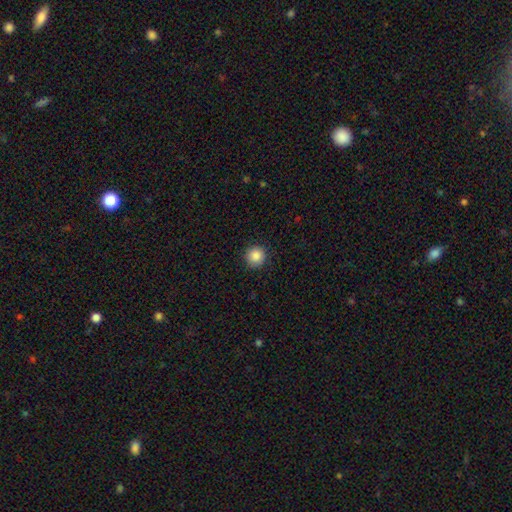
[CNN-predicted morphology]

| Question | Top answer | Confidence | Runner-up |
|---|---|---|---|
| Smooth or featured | smooth | 87% | star or artifact (9%) |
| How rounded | round | 94% | in between (5%) |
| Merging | none | 91% | minor disturbance (6%) |